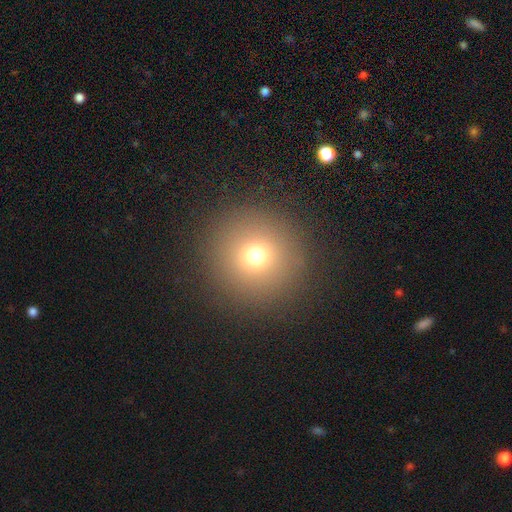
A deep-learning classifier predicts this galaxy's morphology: This appears to be a smooth galaxy with no disk features (72%) that is round (96%). Merging: none (91%).